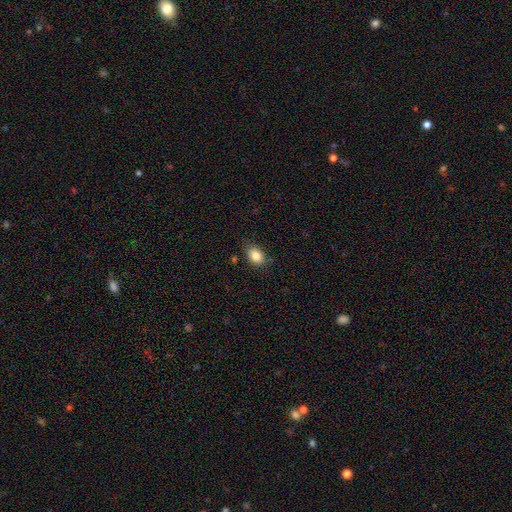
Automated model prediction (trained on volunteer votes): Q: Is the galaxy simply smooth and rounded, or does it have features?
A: smooth — 85%.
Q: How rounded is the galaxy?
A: in between — 81%.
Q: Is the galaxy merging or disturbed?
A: none — 80%.